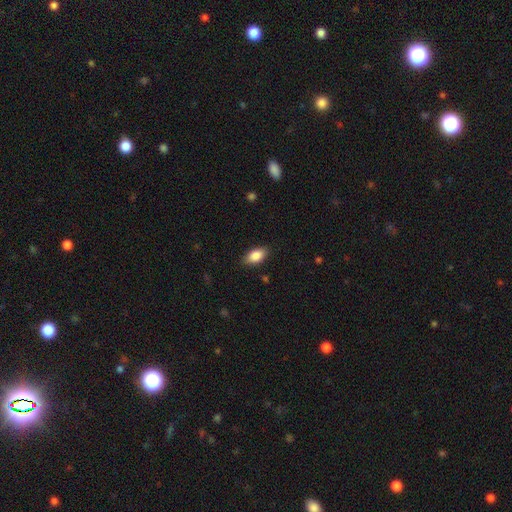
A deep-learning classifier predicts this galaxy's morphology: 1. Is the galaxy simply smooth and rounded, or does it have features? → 86% smooth, 7% featured or disk, 7% star or artifact.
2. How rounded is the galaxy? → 91% in between, 5% round, 4% cigar-shaped.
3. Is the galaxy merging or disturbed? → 86% none, 11% minor disturbance, 2% major disturbance, 1% merger.